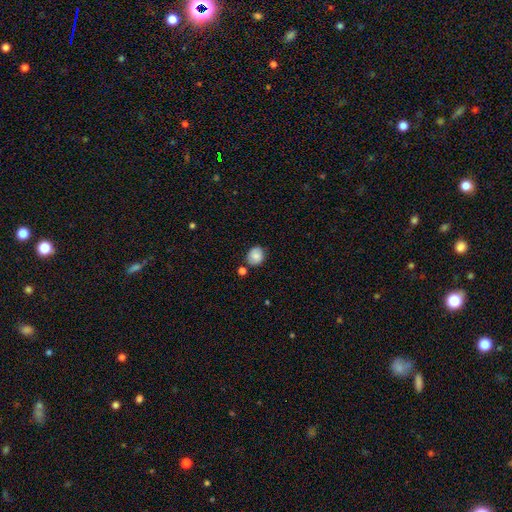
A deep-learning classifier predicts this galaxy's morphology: smooth 84%, star or artifact 9%, featured or disk 8%. Down the decision tree: how rounded — round (71%); merging — none (75%).